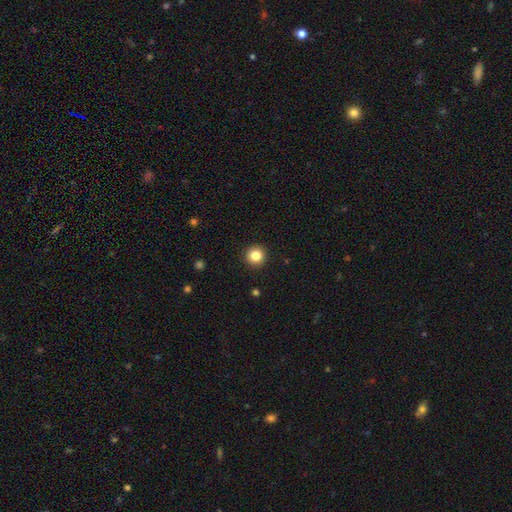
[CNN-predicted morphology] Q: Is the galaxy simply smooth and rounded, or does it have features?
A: smooth — 84%.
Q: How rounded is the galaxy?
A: round — 95%.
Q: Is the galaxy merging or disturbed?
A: none — 93%.